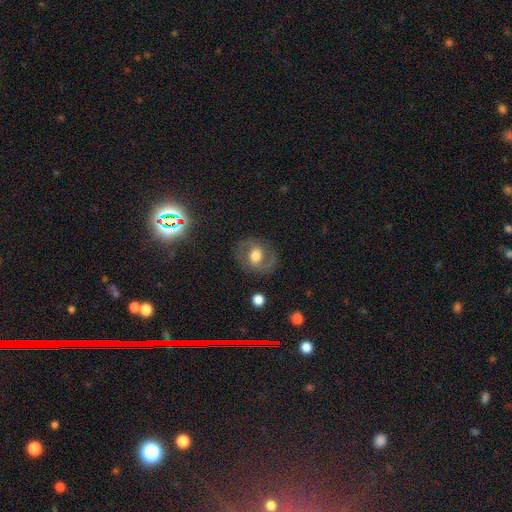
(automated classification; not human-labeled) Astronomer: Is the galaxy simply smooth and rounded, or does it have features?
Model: featured or disk — 68%.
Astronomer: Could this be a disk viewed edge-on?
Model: no — 97%.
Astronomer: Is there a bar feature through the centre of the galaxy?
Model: no — 46% (runner-up: weak, 38%).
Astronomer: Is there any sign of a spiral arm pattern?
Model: yes — 81%.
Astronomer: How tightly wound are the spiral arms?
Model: medium — 56%.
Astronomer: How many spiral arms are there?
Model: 2 — 90%.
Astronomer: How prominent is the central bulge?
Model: moderate — 53% (runner-up: large, 35%).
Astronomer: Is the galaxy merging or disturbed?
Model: none — 79%.